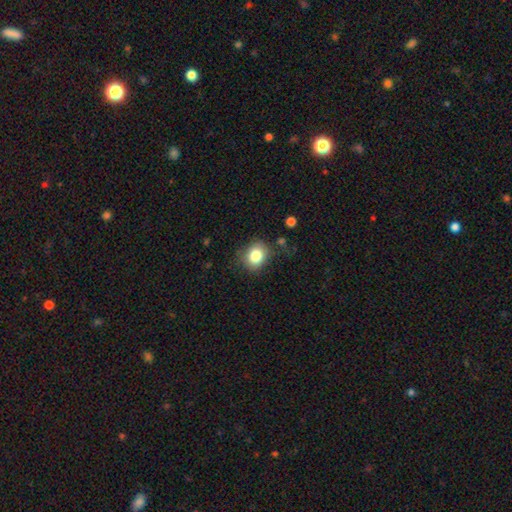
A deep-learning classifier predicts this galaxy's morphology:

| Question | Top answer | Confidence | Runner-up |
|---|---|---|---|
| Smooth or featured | smooth | 82% | star or artifact (10%) |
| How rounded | round | 65% | in between (34%) |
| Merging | none | 78% | minor disturbance (15%) |